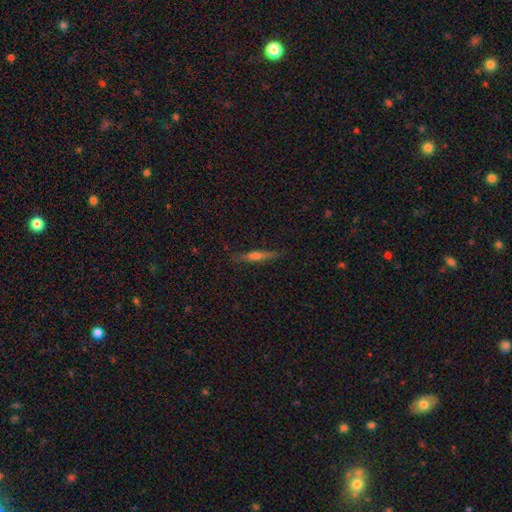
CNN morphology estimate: This appears to be a featured or disk galaxy (58%) viewed edge-on (97%) with a rounded central bulge (76%). Merging: none (88%).